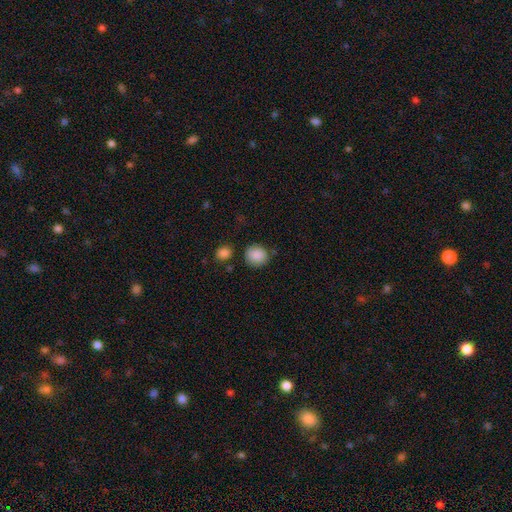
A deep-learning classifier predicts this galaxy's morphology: A smooth galaxy with no disk features (88%) that is round (87%).

Vote fractions:
- Smooth or featured? smooth: 88% / star or artifact: 8% / featured or disk: 4%
- How rounded? round: 87% / in between: 12% / cigar-shaped: 1%
- Merging? none: 79% / minor disturbance: 13% / merger: 4% / major disturbance: 3%